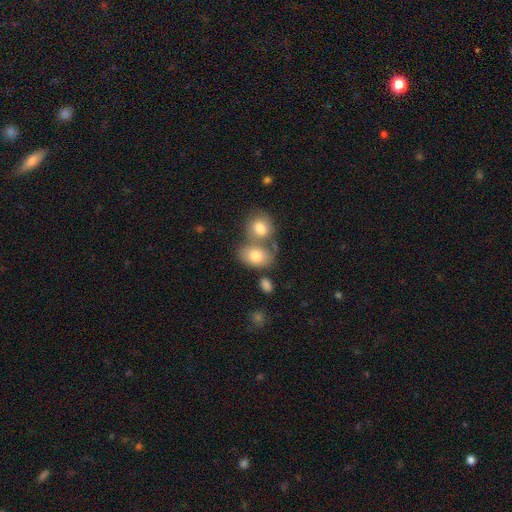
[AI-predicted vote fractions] Q: Smooth or featured?
A: smooth (78%); runner-up: featured or disk (14%)
Q: How rounded?
A: in between (72%); runner-up: round (26%)
Q: Merging?
A: merger (47%); runner-up: none (38%)